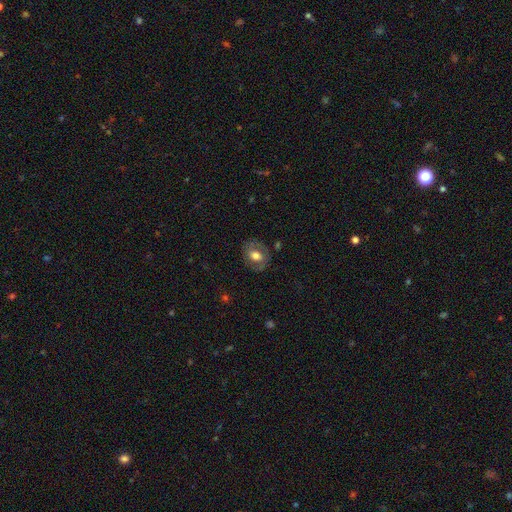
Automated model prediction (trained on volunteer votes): Smooth or featured?
  - smooth: 55% *
  - featured or disk: 37%
  - star or artifact: 8%
How rounded?
  - in between: 61% *
  - round: 38%
  - cigar-shaped: 1%
Merging?
  - none: 76% *
  - minor disturbance: 16%
  - major disturbance: 7%
  - merger: 1%